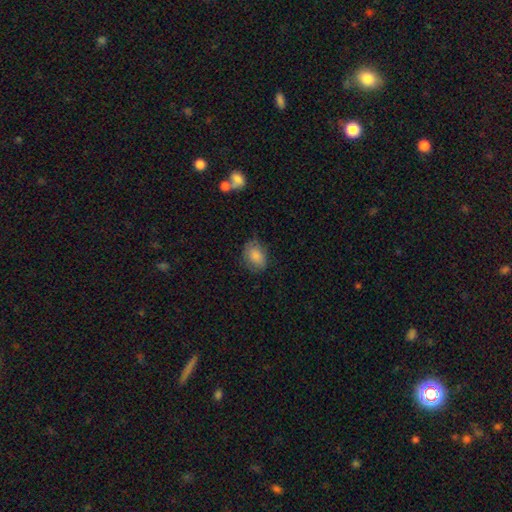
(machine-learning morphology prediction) Smooth or featured: smooth — 82% (featured or disk — 10%)
How rounded: in between — 70% (round — 29%)
Merging: none — 67% (minor disturbance — 24%)